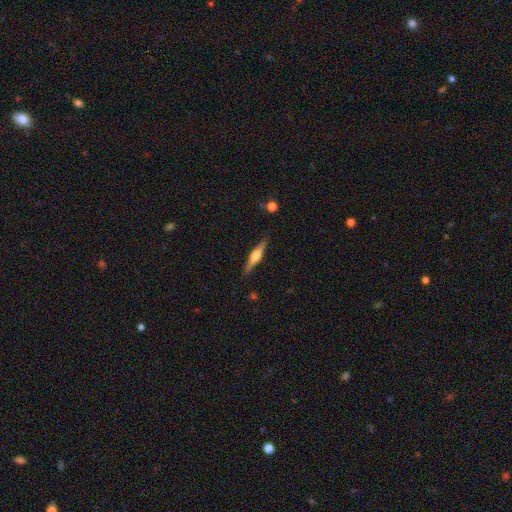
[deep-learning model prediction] Smooth or featured: featured or disk — 68% (smooth — 26%)
Edge-on disk: yes — 97% (no — 3%)
Edge-on bulge: rounded — 89% (boxy — 8%)
Merging: none — 89% (minor disturbance — 8%)